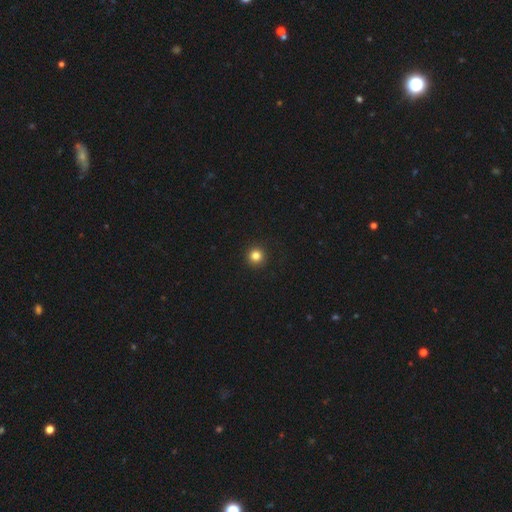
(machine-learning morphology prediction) Overall: smooth (83%). How rounded: round (96%). Merging: none (93%).